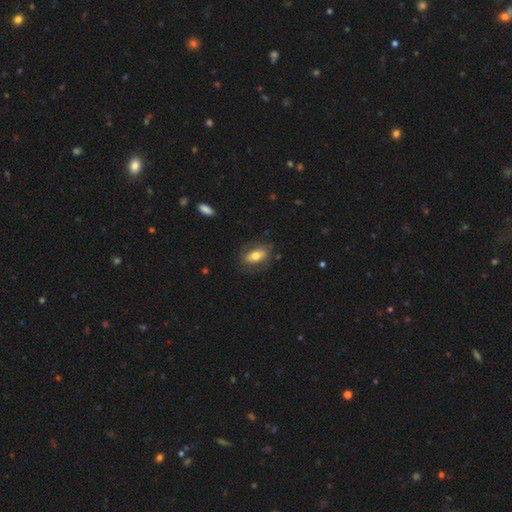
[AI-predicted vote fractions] Smooth or featured?
  - smooth: 60% *
  - featured or disk: 33%
  - star or artifact: 7%
How rounded?
  - in between: 83% *
  - round: 11%
  - cigar-shaped: 6%
Merging?
  - none: 72% *
  - minor disturbance: 18%
  - major disturbance: 9%
  - merger: 2%